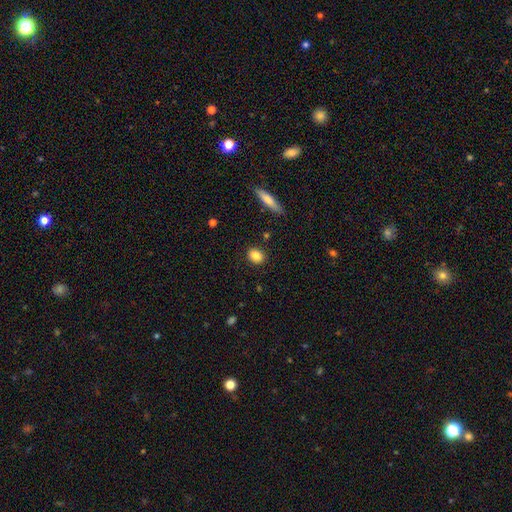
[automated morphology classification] Smooth or featured?
  - smooth: 84% *
  - star or artifact: 9%
  - featured or disk: 7%
How rounded?
  - round: 54% *
  - in between: 44%
  - cigar-shaped: 2%
Merging?
  - none: 89% *
  - minor disturbance: 8%
  - major disturbance: 2%
  - merger: 2%